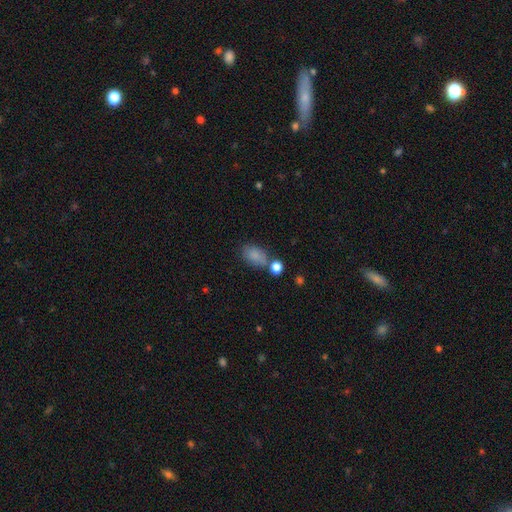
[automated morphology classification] Smooth or featured? Predicted: smooth (p=0.83). How rounded? Predicted: in between (p=0.82). Merging? Predicted: none (p=0.56).